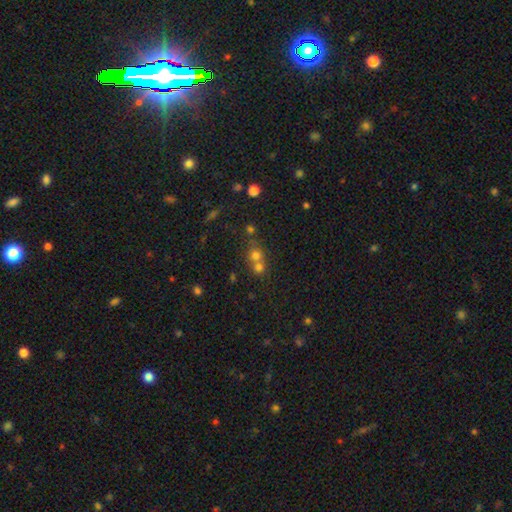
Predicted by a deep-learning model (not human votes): smooth-or-featured: smooth: 66% | star or artifact: 20% | featured or disk: 13%
  how-rounded: round: 83% | in between: 16% | cigar-shaped: 1%
  merging: merger: 54% | none: 38% | minor disturbance: 5% | major disturbance: 3%